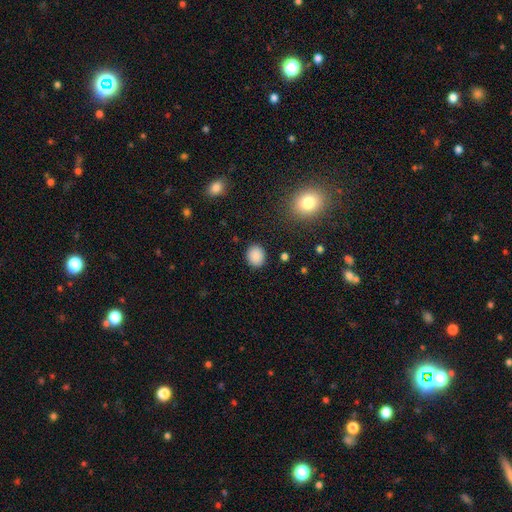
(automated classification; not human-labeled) The model was most divided on "how rounded": round: 72%, in between: 27%, cigar-shaped: 1%. More confident: merging — none (88%); smooth or featured — smooth (87%).